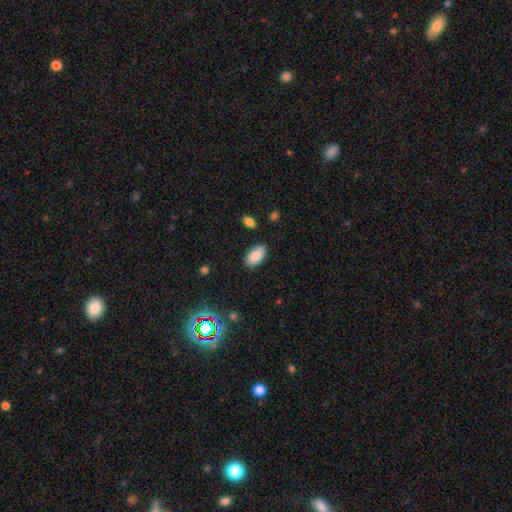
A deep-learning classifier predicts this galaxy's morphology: A smooth galaxy with no disk features (86%) that is in between round and cigar-shaped (95%).

Vote fractions:
- Smooth or featured? smooth: 86% / star or artifact: 8% / featured or disk: 6%
- How rounded? in between: 95% / round: 3% / cigar-shaped: 2%
- Merging? none: 85% / minor disturbance: 10% / major disturbance: 2% / merger: 2%